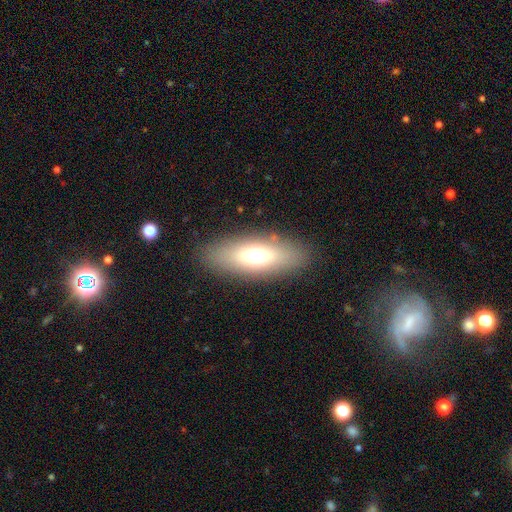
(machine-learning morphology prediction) A smooth galaxy with no disk features (65%) that is in between round and cigar-shaped (73%).

Vote fractions:
- Smooth or featured? smooth: 65% / featured or disk: 25% / star or artifact: 10%
- How rounded? in between: 73% / cigar-shaped: 23% / round: 5%
- Merging? none: 86% / minor disturbance: 9% / major disturbance: 4% / merger: 1%